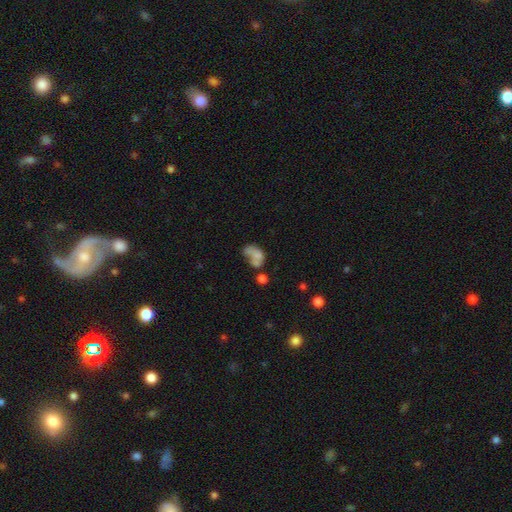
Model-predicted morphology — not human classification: Smooth or featured: smooth — 60% (featured or disk — 28%)
How rounded: in between — 80% (round — 18%)
Merging: merger — 38% (major disturbance — 26%)